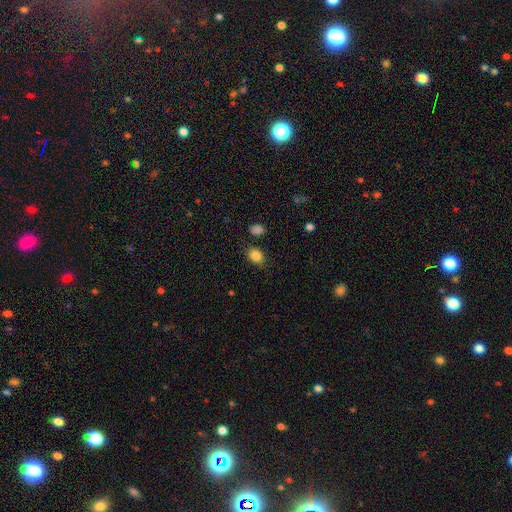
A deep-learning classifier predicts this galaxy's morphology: smooth_or_featured: smooth (p=0.85) [alt: star or artifact p=0.10]
how_rounded: in between (p=0.58) [alt: round p=0.41]
merging: none (p=0.82) [alt: minor disturbance p=0.12]